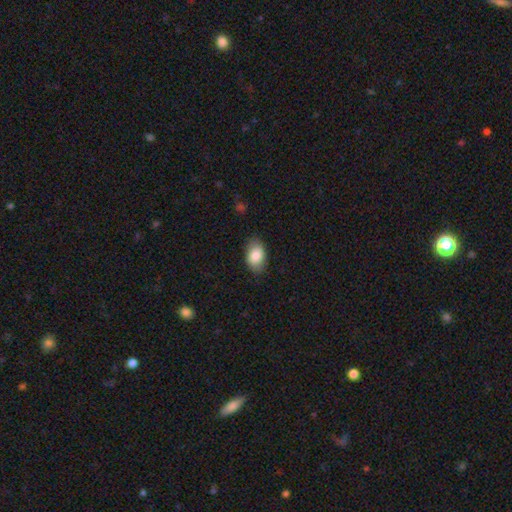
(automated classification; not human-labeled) This is clearly a smooth galaxy (86%). How rounded: clearly in between (90%). Merging: clearly none (81%).